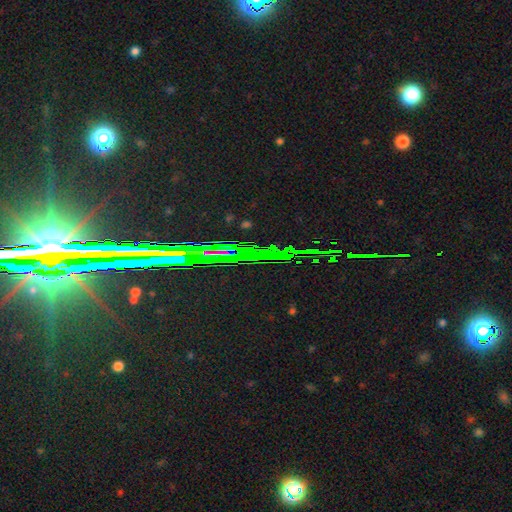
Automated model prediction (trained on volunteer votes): star or artifact 82%, featured or disk 11%, smooth 7%.